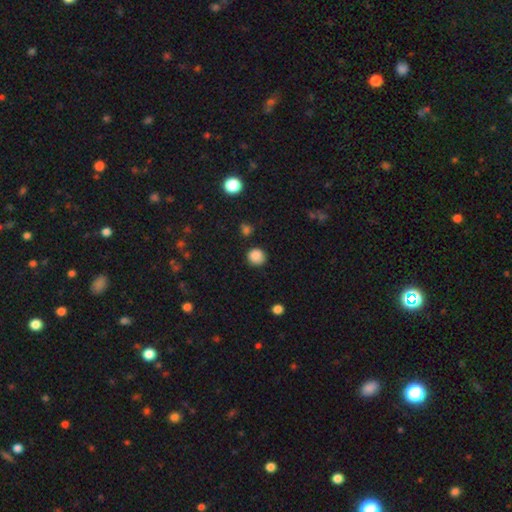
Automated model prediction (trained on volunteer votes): Smooth or featured? Predicted: smooth (p=0.86). How rounded? Predicted: round (p=0.89). Merging? Predicted: none (p=0.85).